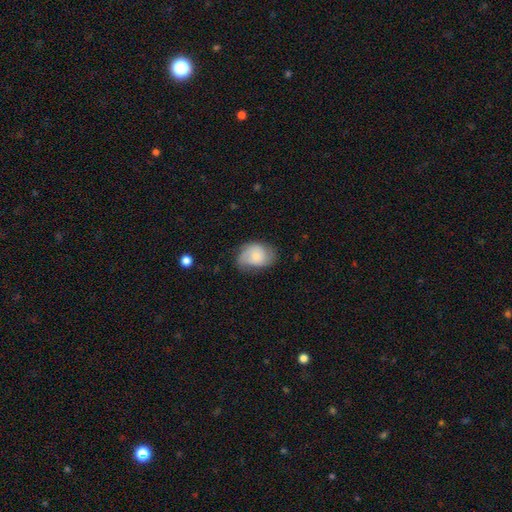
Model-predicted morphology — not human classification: A smooth galaxy with no disk features (57%) that is in between round and cigar-shaped (71%). Merging: none (57%).